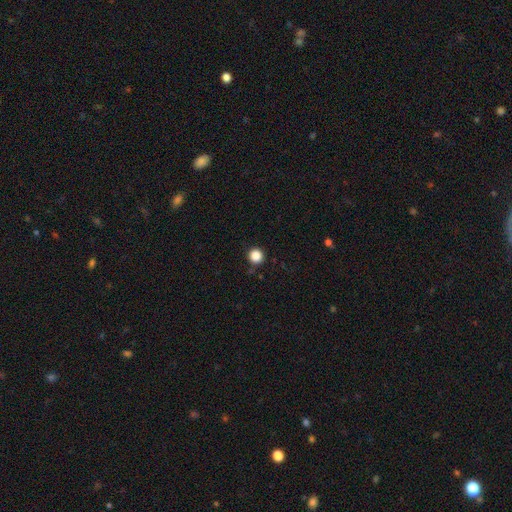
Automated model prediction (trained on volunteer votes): Overall: smooth (86%). How rounded: round (96%). Merging: none (91%).